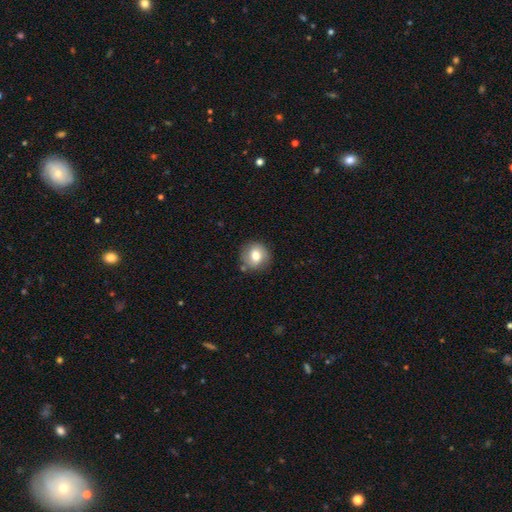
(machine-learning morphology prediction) A smooth galaxy with no disk features (74%) that is round (83%).

Vote fractions:
- Smooth or featured? smooth: 74% / featured or disk: 17% / star or artifact: 9%
- How rounded? round: 83% / in between: 16% / cigar-shaped: 1%
- Merging? none: 81% / minor disturbance: 13% / merger: 3% / major disturbance: 3%